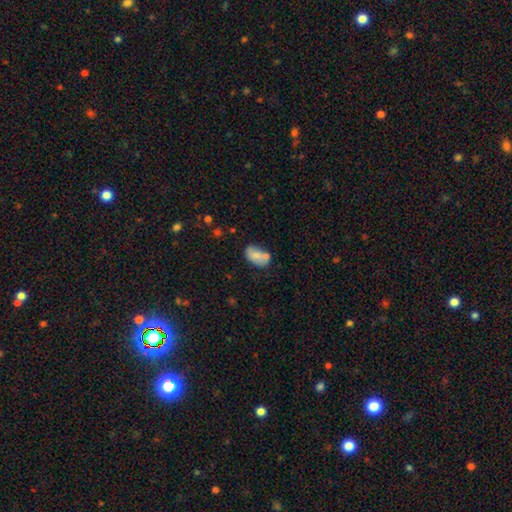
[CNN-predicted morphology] A smooth galaxy with no disk features (74%) that is in between round and cigar-shaped (90%).

Vote fractions:
- Smooth or featured? smooth: 74% / featured or disk: 18% / star or artifact: 8%
- How rounded? in between: 90% / round: 8% / cigar-shaped: 2%
- Merging? none: 49% / merger: 24% / minor disturbance: 21% / major disturbance: 6%